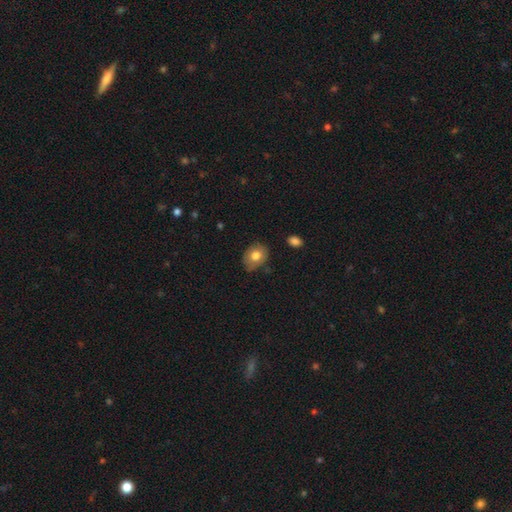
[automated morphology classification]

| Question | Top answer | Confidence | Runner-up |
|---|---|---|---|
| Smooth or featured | smooth | 75% | featured or disk (17%) |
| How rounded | in between | 64% | round (35%) |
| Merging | none | 71% | minor disturbance (23%) |